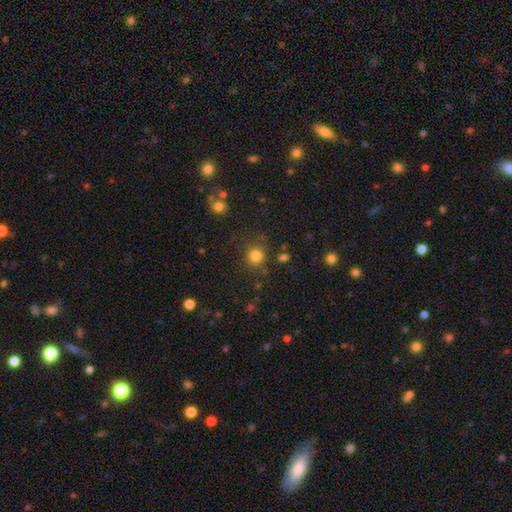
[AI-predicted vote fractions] smooth 81%, star or artifact 14%, featured or disk 5%. Down the decision tree: how rounded — round (90%); merging — none (82%).